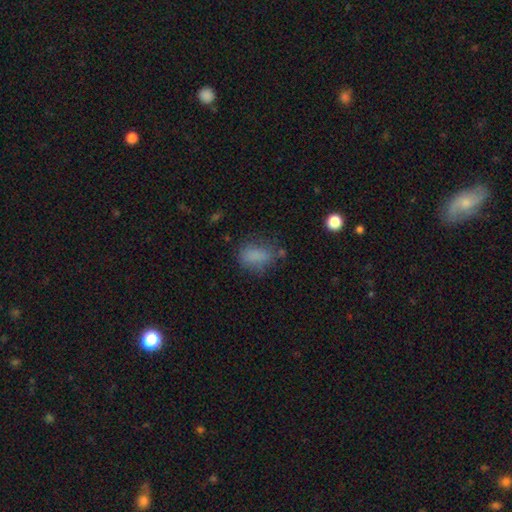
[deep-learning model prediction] smooth 78%, star or artifact 12%, featured or disk 10%. Down the decision tree: how rounded — in between (79%); merging — none (57%).